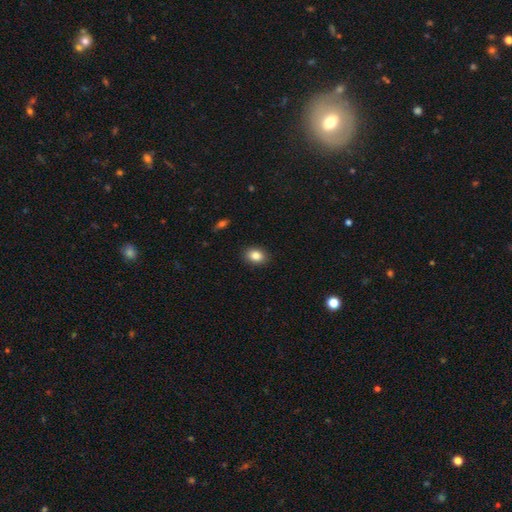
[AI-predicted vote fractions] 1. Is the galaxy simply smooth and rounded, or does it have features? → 85% smooth, 9% star or artifact, 6% featured or disk.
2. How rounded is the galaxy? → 66% in between, 33% round, 1% cigar-shaped.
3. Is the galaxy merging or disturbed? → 90% none, 7% minor disturbance, 2% major disturbance, 1% merger.